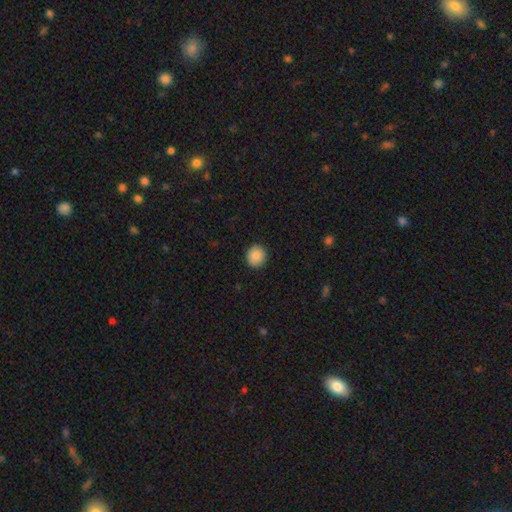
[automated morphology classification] This appears to be a smooth galaxy with no disk features (88%) that is round (86%). Merging: none (91%).